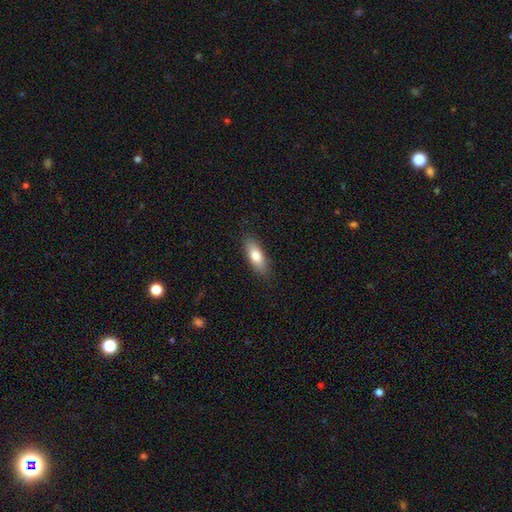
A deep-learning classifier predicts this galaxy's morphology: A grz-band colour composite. It shows a smooth galaxy with no disk features (78%) that is in between round and cigar-shaped (70%). Merging: none (86%).